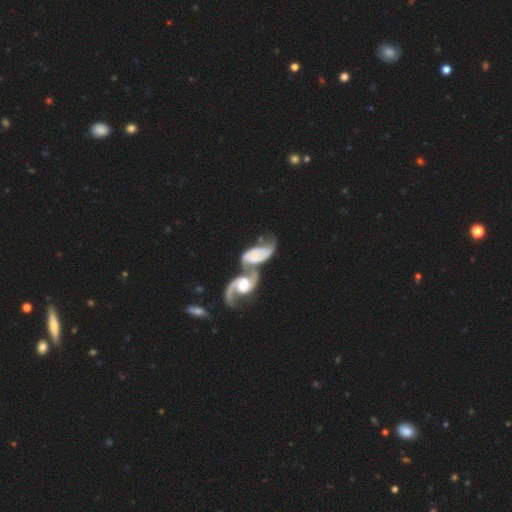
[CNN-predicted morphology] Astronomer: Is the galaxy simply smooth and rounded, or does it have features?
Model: featured or disk — 74%.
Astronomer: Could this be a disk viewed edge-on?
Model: no — 95%.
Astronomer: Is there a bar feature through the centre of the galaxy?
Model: no — 58%.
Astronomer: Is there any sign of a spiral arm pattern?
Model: yes — 92%.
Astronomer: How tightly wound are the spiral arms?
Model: loose — 49% (runner-up: medium, 36%).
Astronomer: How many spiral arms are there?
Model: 2 — 82%.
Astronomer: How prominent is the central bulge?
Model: moderate — 35%, tied with small at 35%.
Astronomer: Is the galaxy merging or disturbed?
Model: merger — 71%.